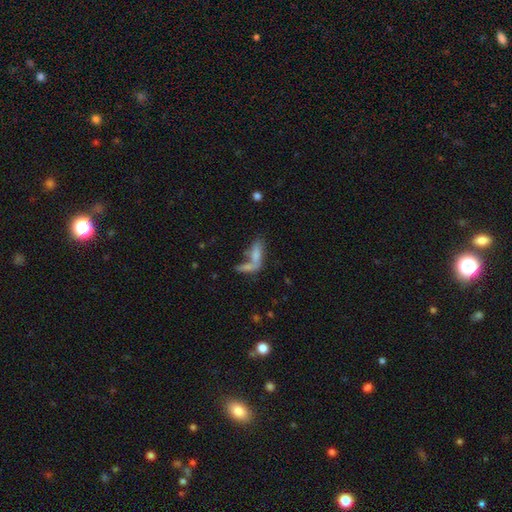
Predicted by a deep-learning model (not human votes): Smooth or featured: smooth — 67% (featured or disk — 22%)
How rounded: in between — 52% (cigar-shaped — 44%)
Merging: merger — 48% (none — 31%)